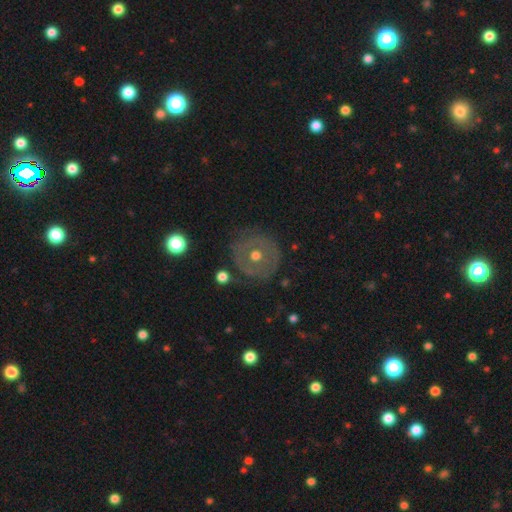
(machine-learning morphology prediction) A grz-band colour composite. It shows a featured or disk galaxy (53%) with no bar (88%), no spiral arms (81%) and a moderate central bulge (77%). Merging: none (79%).